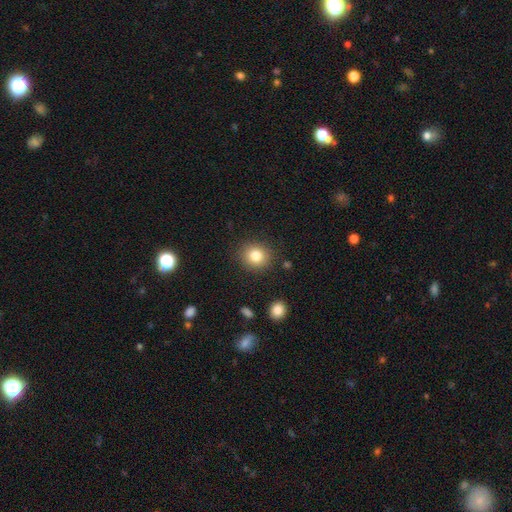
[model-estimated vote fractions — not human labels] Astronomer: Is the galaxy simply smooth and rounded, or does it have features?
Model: smooth — 82%.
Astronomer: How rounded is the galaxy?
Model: round — 84%.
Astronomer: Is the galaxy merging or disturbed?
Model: none — 88%.